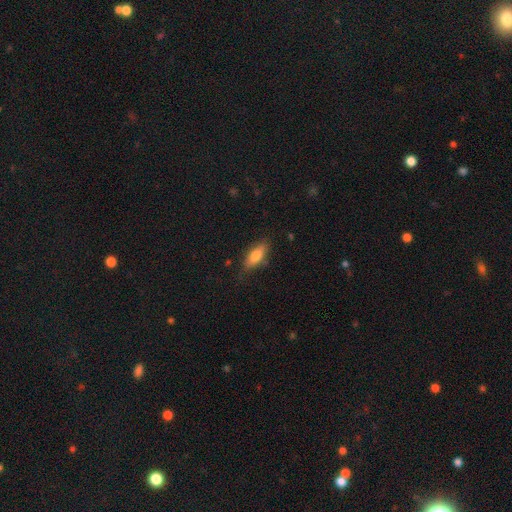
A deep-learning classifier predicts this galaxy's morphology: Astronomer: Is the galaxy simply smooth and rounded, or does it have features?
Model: smooth — 74%.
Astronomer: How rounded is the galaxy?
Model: in between — 71%.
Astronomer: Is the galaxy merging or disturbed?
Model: none — 76%.